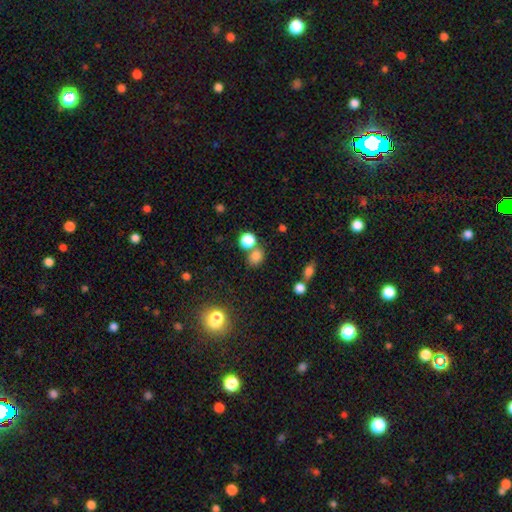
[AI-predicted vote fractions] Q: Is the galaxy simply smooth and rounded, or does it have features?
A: smooth — 78%.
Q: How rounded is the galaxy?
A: round — 65%.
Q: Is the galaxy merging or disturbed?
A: none — 62%.